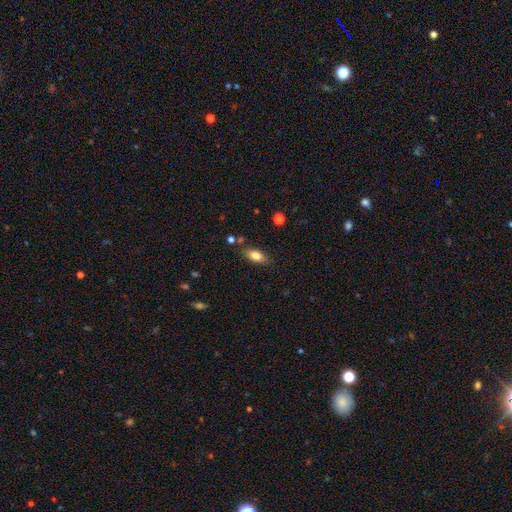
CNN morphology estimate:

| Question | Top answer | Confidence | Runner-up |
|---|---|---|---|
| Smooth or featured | smooth | 80% | featured or disk (12%) |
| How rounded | in between | 85% | cigar-shaped (11%) |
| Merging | none | 80% | minor disturbance (13%) |